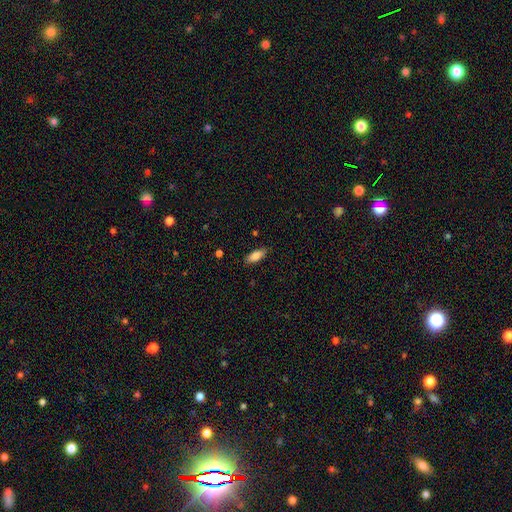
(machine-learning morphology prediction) smooth-or-featured: smooth: 81% | featured or disk: 12% | star or artifact: 7%
  how-rounded: in between: 78% | cigar-shaped: 20% | round: 2%
  merging: none: 86% | minor disturbance: 11% | major disturbance: 2% | merger: 1%